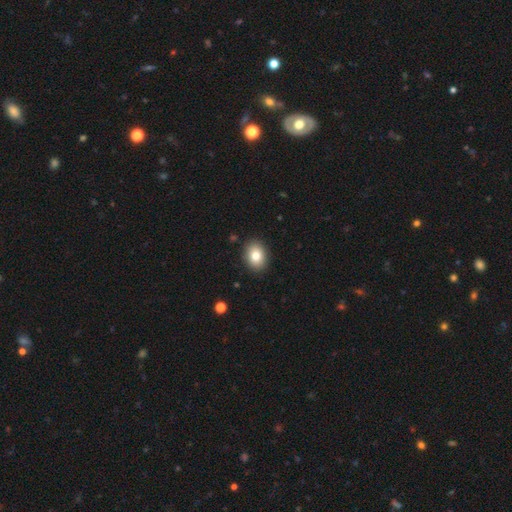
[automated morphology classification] This is clearly a smooth galaxy (81%). How rounded: likely in between (64%). Merging: clearly none (90%).